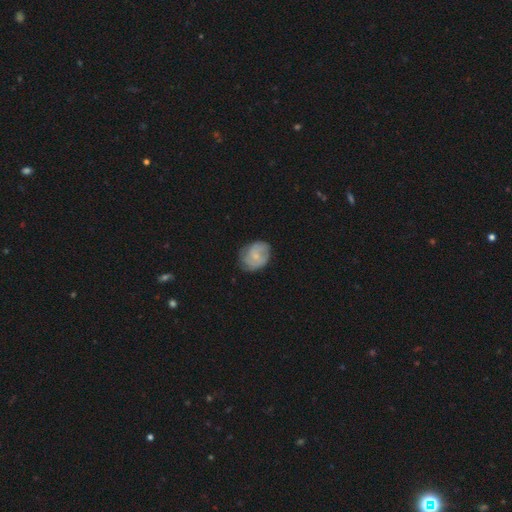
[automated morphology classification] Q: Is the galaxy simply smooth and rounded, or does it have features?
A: smooth — 47%.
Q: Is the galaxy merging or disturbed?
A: none — 67%.